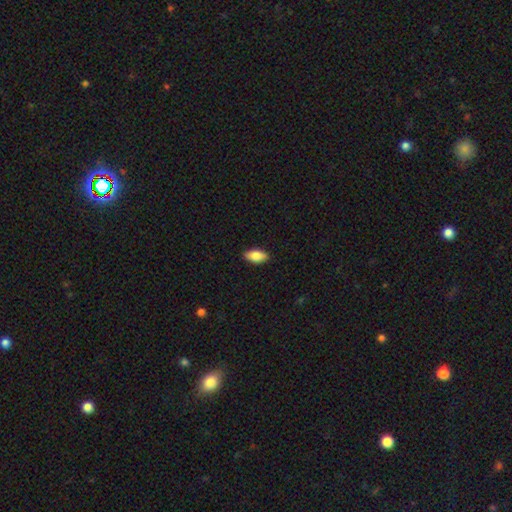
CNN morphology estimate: This appears to be a smooth galaxy with no disk features (84%) that is in between round and cigar-shaped (91%). Merging: none (89%).